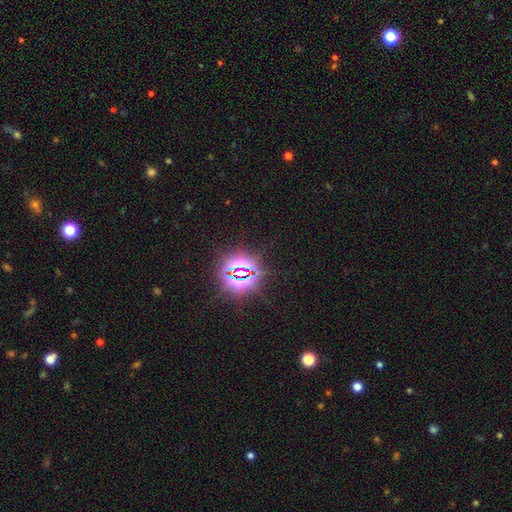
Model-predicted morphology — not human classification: This appears to be a star or artifact, not a galaxy (82%).